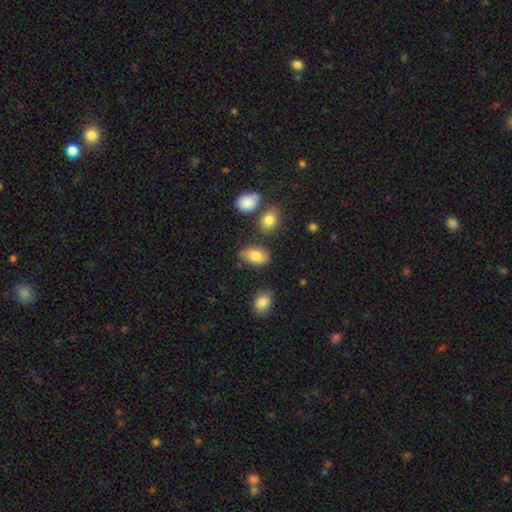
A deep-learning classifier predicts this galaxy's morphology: A smooth galaxy with no disk features (79%) that is in between round and cigar-shaped (93%).

Vote fractions:
- Smooth or featured? smooth: 79% / featured or disk: 12% / star or artifact: 8%
- How rounded? in between: 93% / round: 6% / cigar-shaped: 2%
- Merging? none: 73% / minor disturbance: 18% / merger: 5% / major disturbance: 4%